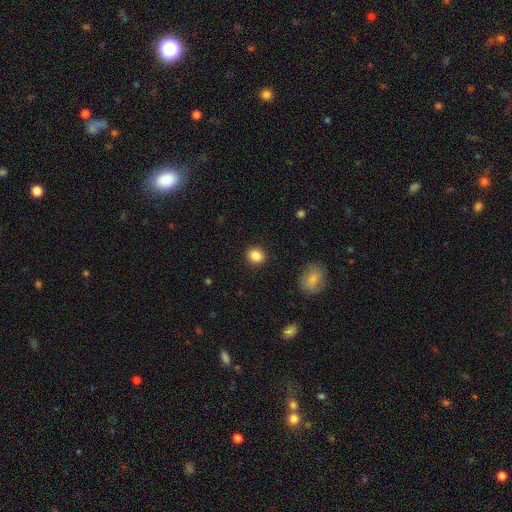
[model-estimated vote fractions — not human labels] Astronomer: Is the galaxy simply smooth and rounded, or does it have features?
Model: smooth — 86%.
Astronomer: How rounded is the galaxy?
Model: round — 83%.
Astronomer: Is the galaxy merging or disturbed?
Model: none — 91%.